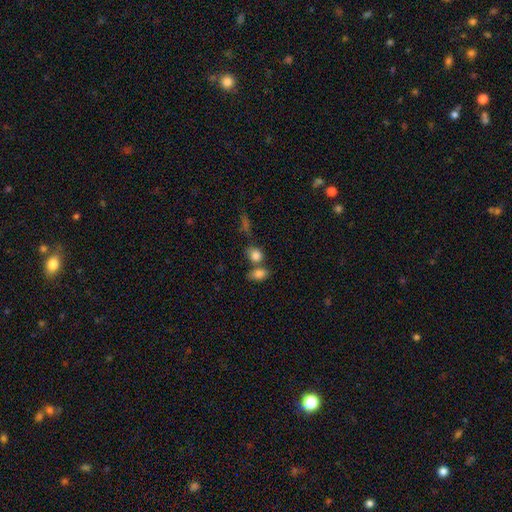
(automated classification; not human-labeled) Smooth or featured?
  - smooth: 83% *
  - star or artifact: 10%
  - featured or disk: 7%
How rounded?
  - in between: 55% *
  - round: 43%
  - cigar-shaped: 2%
Merging?
  - none: 46% *
  - merger: 38%
  - minor disturbance: 11%
  - major disturbance: 5%